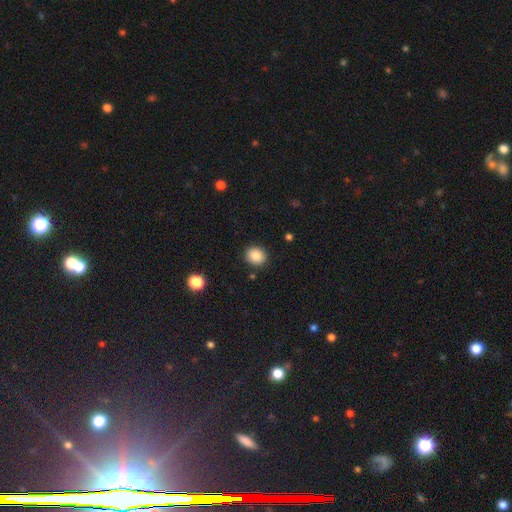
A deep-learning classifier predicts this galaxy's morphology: Smooth or featured? Predicted: smooth (p=0.87). How rounded? Predicted: round (p=0.77). Merging? Predicted: none (p=0.89).